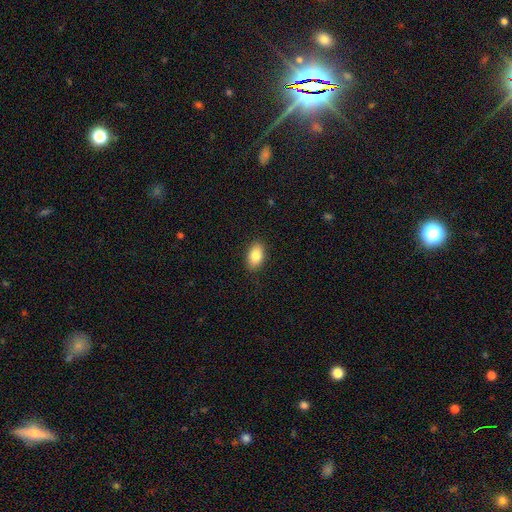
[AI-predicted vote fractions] Smooth or featured? Predicted: smooth (p=0.82). How rounded? Predicted: in between (p=0.90). Merging? Predicted: none (p=0.89).